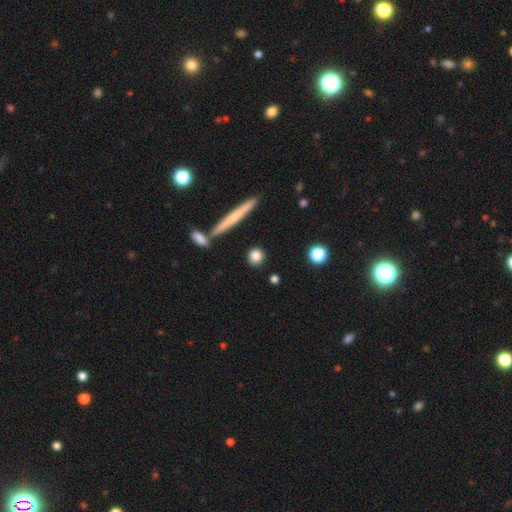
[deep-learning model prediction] Smooth or featured: smooth — 82% (featured or disk — 10%)
How rounded: round — 77% (in between — 15%)
Merging: none — 86% (minor disturbance — 8%)